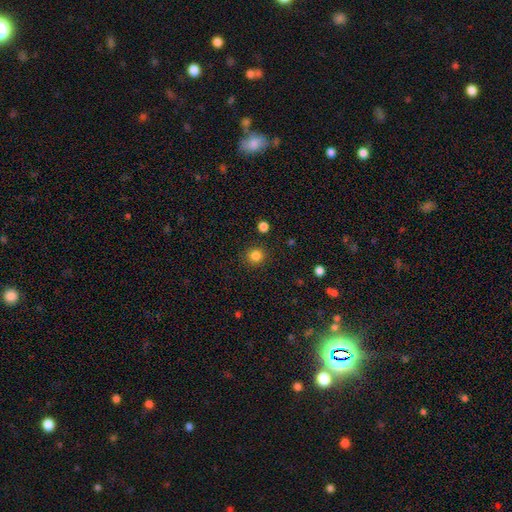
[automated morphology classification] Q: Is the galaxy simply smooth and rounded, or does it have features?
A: smooth — 83%.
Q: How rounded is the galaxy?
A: round — 91%.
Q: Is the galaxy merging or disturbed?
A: none — 90%.